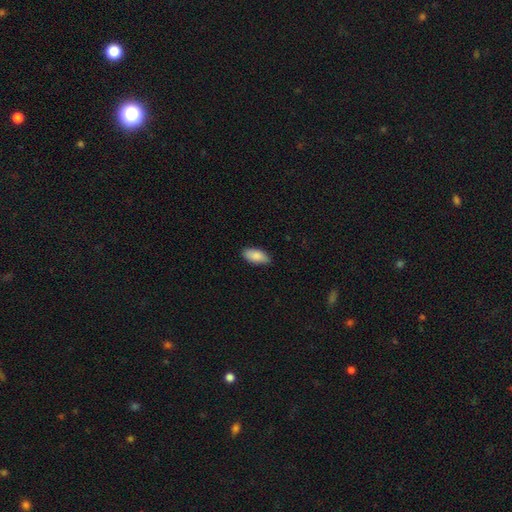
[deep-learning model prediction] Smooth or featured: smooth — 87% (featured or disk — 7%)
How rounded: in between — 89% (cigar-shaped — 8%)
Merging: none — 82% (minor disturbance — 15%)